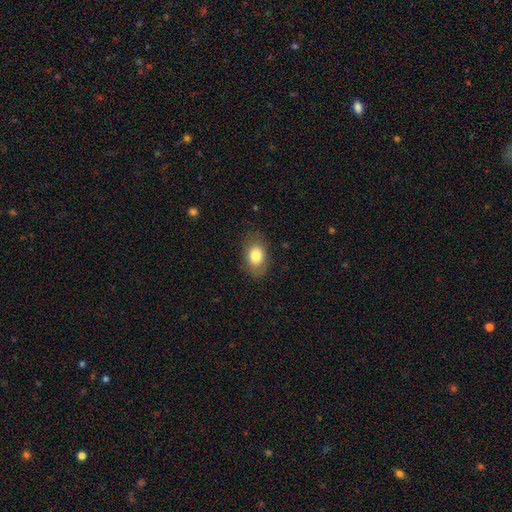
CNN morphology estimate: Smooth or featured?
  - smooth: 79% *
  - featured or disk: 14%
  - star or artifact: 8%
How rounded?
  - in between: 83% *
  - round: 16%
  - cigar-shaped: 1%
Merging?
  - none: 78% *
  - minor disturbance: 16%
  - major disturbance: 5%
  - merger: 1%